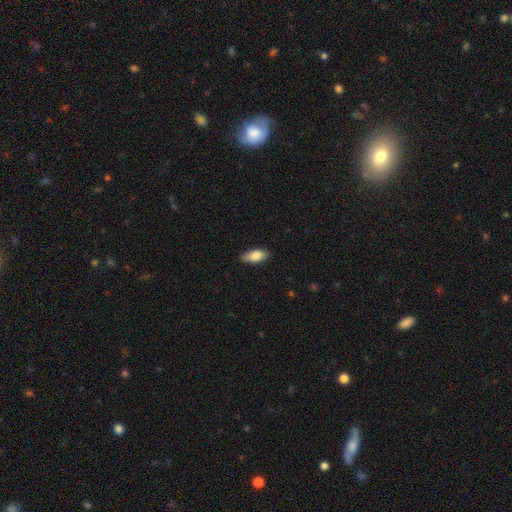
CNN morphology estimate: smooth 86%, featured or disk 8%, star or artifact 6%. Down the decision tree: how rounded — in between (89%); merging — none (82%).